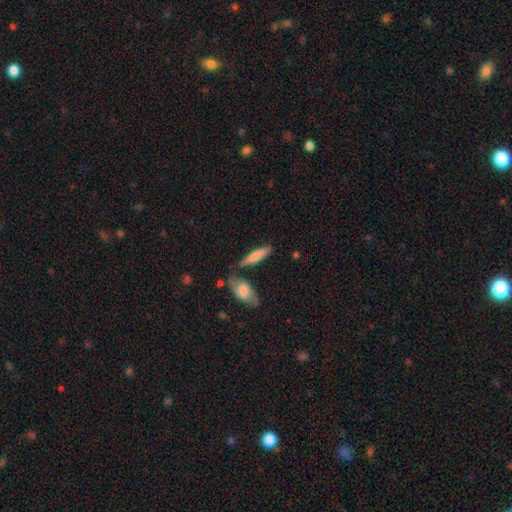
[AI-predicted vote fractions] This appears to be a smooth galaxy with no disk features (68%) that is cigar-shaped (72%). Merging: none (72%).